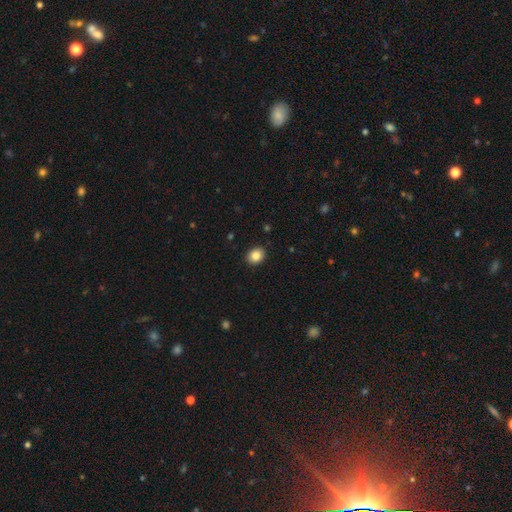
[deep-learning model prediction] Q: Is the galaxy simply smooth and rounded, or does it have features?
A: smooth — 85%.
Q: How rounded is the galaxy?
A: round — 55%.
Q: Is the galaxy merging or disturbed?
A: none — 90%.